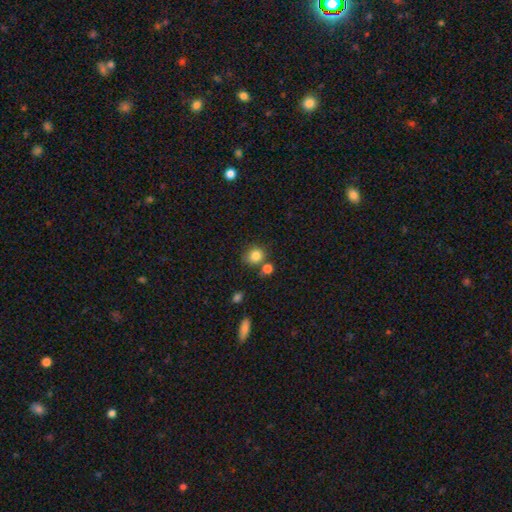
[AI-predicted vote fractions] A smooth galaxy with no disk features (83%) that is round (72%).

Vote fractions:
- Smooth or featured? smooth: 83% / star or artifact: 11% / featured or disk: 6%
- How rounded? round: 72% / in between: 27% / cigar-shaped: 1%
- Merging? none: 63% / merger: 16% / minor disturbance: 16% / major disturbance: 5%